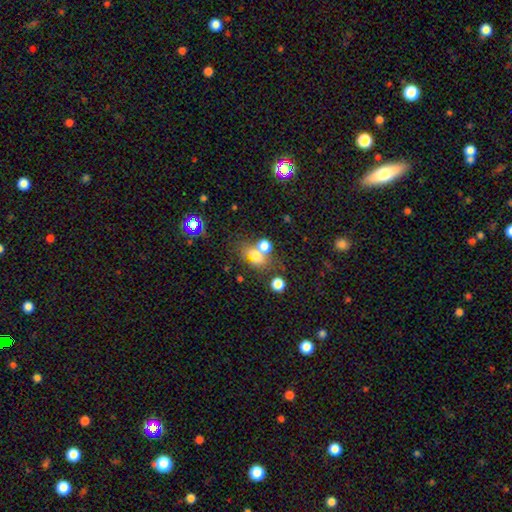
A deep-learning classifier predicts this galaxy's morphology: A smooth galaxy with no disk features (66%) that is in between round and cigar-shaped (61%). Merging: merger (42%).